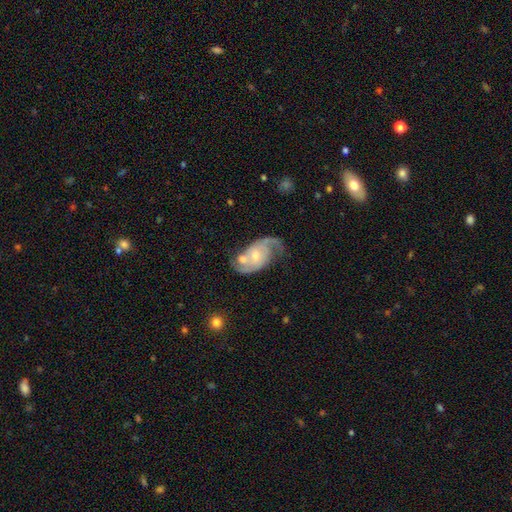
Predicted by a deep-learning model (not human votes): featured or disk 82%, smooth 12%, star or artifact 6%. Down the decision tree: edge-on disk — no (97%); bar — no (57%); spiral arms — yes (95%); spiral arm count — 2 (87%); spiral winding — medium (45%); bulge size — moderate (47%); merging — none (44%).